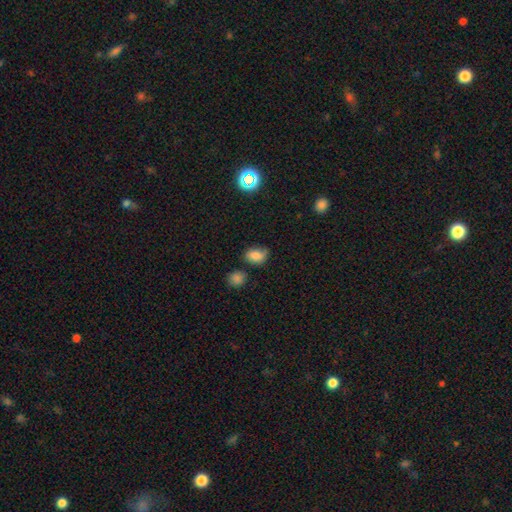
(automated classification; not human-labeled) Smooth or featured? smooth (78%)
How rounded? in between (74%)
Merging? none (58%)